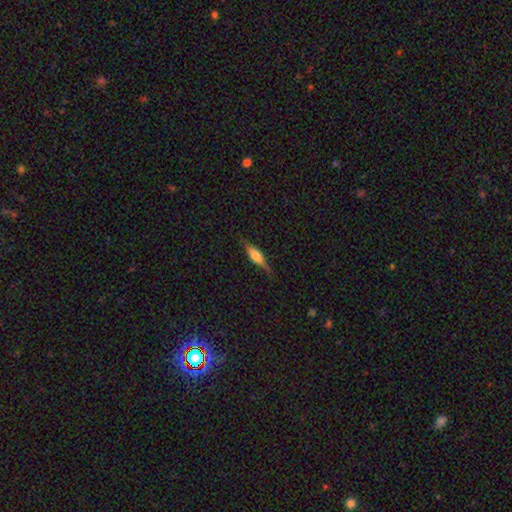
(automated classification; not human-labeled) Smooth or featured: featured or disk — 57% (smooth — 35%)
Edge-on disk: yes — 95% (no — 5%)
Edge-on bulge: rounded — 76% (boxy — 20%)
Merging: none — 82% (minor disturbance — 14%)